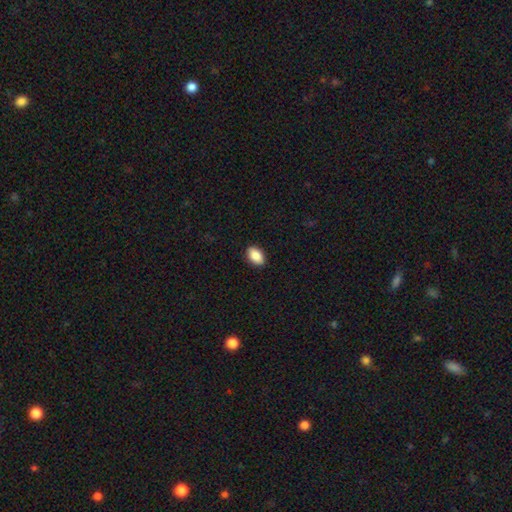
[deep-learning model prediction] This is clearly a smooth galaxy (89%). How rounded: clearly in between (92%). Merging: clearly none (90%).